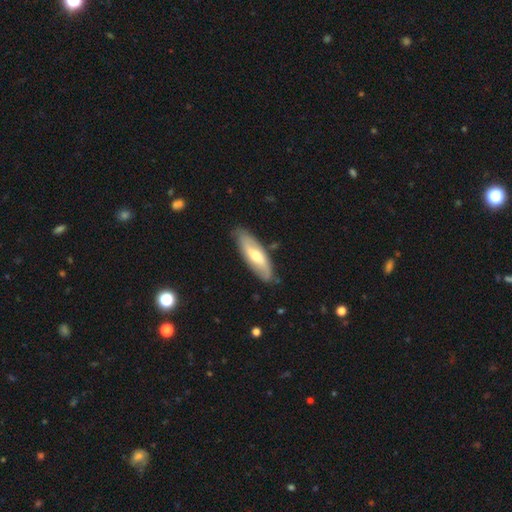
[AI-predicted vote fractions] A featured or disk galaxy (53%).

Vote fractions:
- Smooth or featured? featured or disk: 53% / smooth: 42% / star or artifact: 5%
- Edge-on disk? no: 72% / yes: 28%
- Merging? none: 83% / minor disturbance: 13% / major disturbance: 3% / merger: 2%